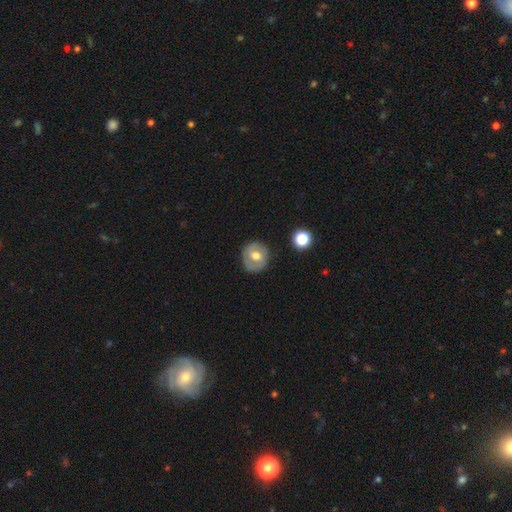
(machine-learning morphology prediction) The model was most divided on "smooth or featured": smooth: 52%, featured or disk: 41%, star or artifact: 7%. More confident: merging — none (81%); how rounded — round (80%).